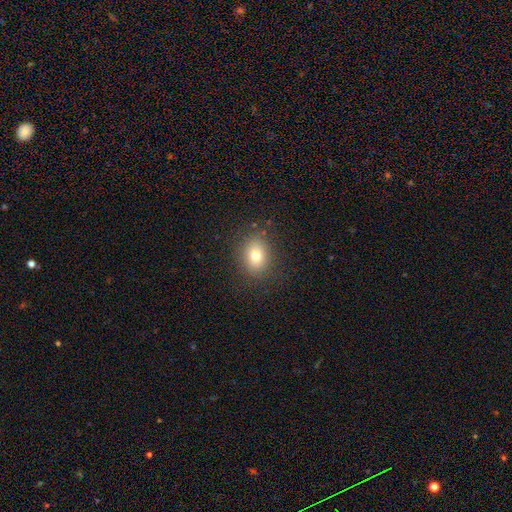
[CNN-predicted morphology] A smooth galaxy with no disk features (78%) that is in between round and cigar-shaped (59%). Merging: none (86%).